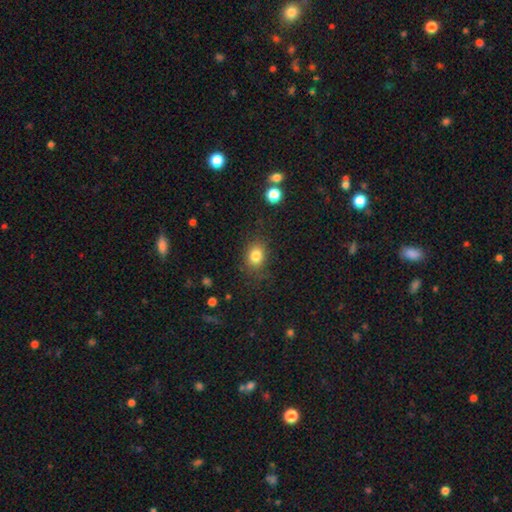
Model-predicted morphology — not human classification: A smooth galaxy with no disk features (82%) that is in between round and cigar-shaped (51%).

Vote fractions:
- Smooth or featured? smooth: 82% / star or artifact: 11% / featured or disk: 7%
- How rounded? in between: 51% / round: 48% / cigar-shaped: 1%
- Merging? none: 79% / minor disturbance: 14% / major disturbance: 5% / merger: 2%